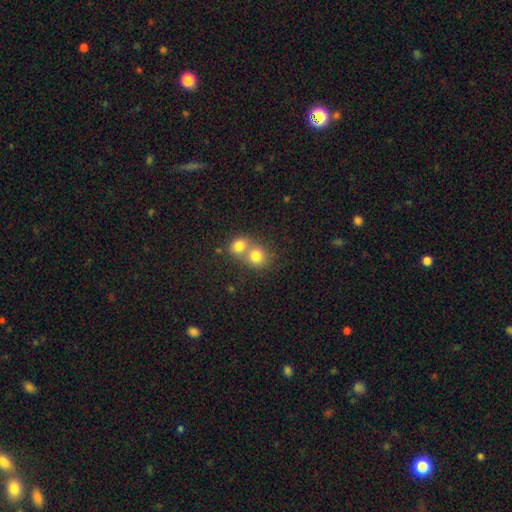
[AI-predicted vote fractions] Smooth or featured? smooth (79%)
How rounded? round (77%)
Merging? merger (59%)